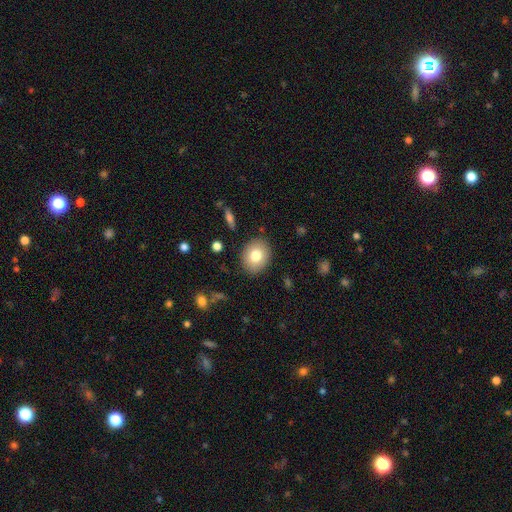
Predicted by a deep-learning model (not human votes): A smooth galaxy with no disk features (78%) that is round (56%).

Vote fractions:
- Smooth or featured? smooth: 78% / featured or disk: 14% / star or artifact: 9%
- How rounded? round: 56% / in between: 43% / cigar-shaped: 1%
- Merging? none: 88% / minor disturbance: 9% / major disturbance: 2% / merger: 1%